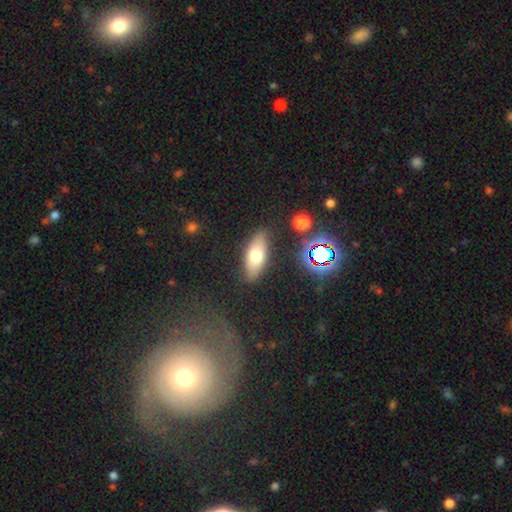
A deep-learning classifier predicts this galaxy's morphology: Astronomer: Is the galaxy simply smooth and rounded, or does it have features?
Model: smooth — 66%.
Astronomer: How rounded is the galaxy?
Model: in between — 77%.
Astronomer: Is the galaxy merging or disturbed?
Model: none — 83%.